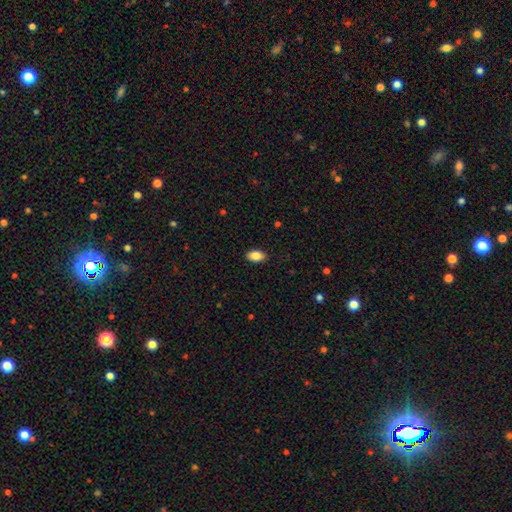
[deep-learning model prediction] Smooth or featured?
  - smooth: 86% *
  - star or artifact: 8%
  - featured or disk: 6%
How rounded?
  - in between: 89% *
  - round: 10%
  - cigar-shaped: 1%
Merging?
  - none: 88% *
  - minor disturbance: 9%
  - major disturbance: 2%
  - merger: 1%